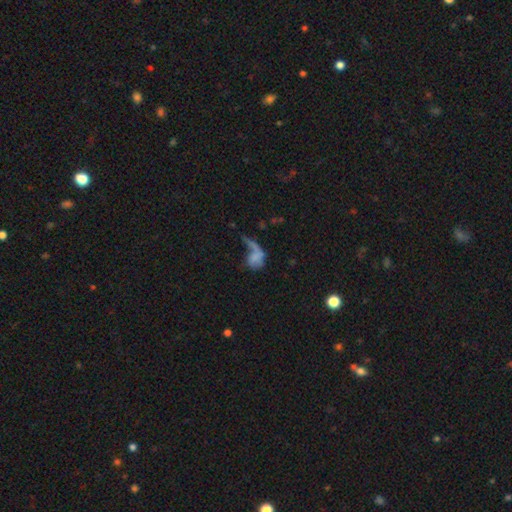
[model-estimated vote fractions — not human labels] This appears to be a smooth galaxy with no disk features (53%) that is in between round and cigar-shaped (65%). Merging: major disturbance (51%).